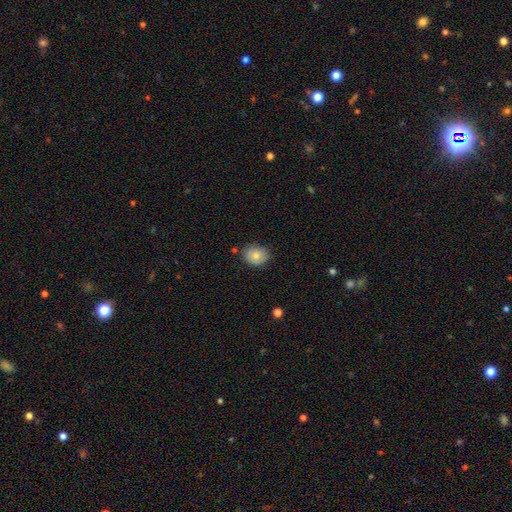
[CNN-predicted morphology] Overall: smooth (75%). How rounded: round (55%; in between 45%). Merging: none (81%).